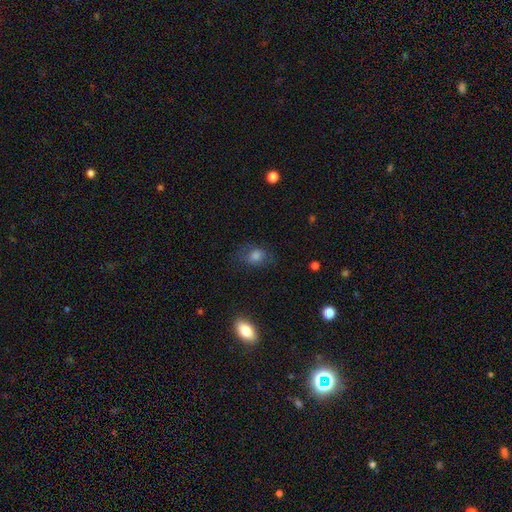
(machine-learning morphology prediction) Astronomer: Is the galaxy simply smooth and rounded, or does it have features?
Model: smooth — 70%.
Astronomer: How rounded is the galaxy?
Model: in between — 66%.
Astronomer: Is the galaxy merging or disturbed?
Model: none — 68%.